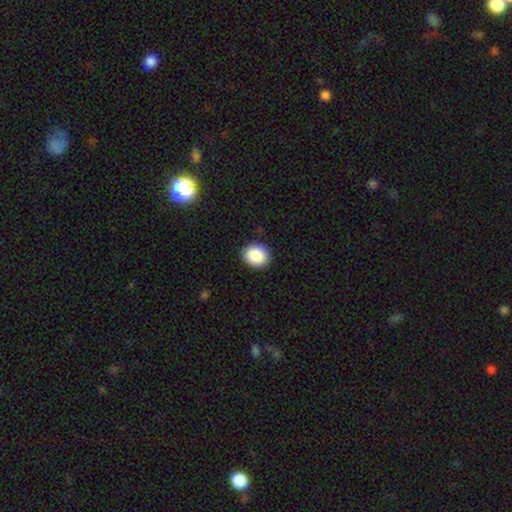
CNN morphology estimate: Smooth or featured? Predicted: smooth (p=0.89). How rounded? Predicted: round (p=0.67). Merging? Predicted: none (p=0.90).